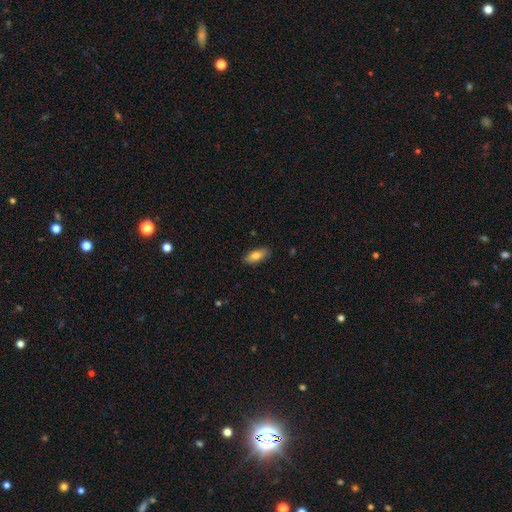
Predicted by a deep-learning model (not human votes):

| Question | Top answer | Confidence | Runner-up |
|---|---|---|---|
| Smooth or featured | smooth | 81% | featured or disk (13%) |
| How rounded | in between | 79% | cigar-shaped (18%) |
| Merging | none | 86% | minor disturbance (10%) |